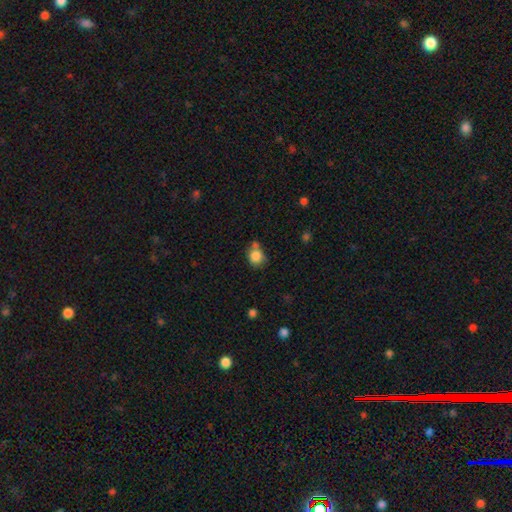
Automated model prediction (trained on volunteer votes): Overall: smooth (84%). How rounded: round (75%). Merging: none (51%; merger 22%).